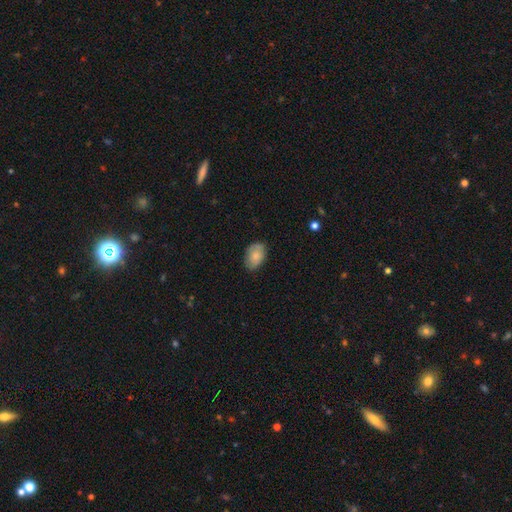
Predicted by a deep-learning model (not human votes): Q: Smooth or featured?
A: smooth (78%); runner-up: featured or disk (15%)
Q: How rounded?
A: in between (87%); runner-up: round (12%)
Q: Merging?
A: none (75%); runner-up: minor disturbance (20%)